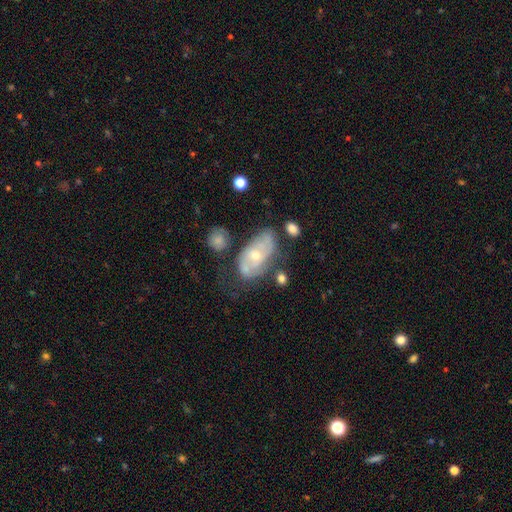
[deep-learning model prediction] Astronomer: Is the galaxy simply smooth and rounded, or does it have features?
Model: featured or disk — 67%.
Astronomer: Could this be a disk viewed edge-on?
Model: no — 93%.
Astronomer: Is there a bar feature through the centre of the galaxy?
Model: no — 75%.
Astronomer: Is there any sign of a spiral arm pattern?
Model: yes — 69%.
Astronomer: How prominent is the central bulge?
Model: small — 53% (runner-up: moderate, 44%).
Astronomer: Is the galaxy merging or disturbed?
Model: none — 44% (runner-up: minor disturbance, 28%).